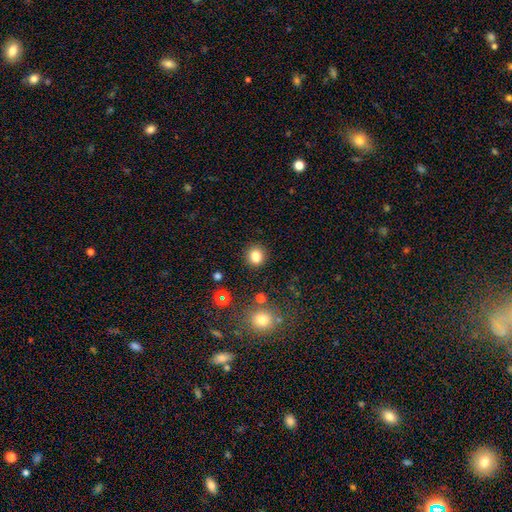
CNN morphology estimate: This appears to be a smooth galaxy with no disk features (81%) that is round (80%). Merging: none (85%).